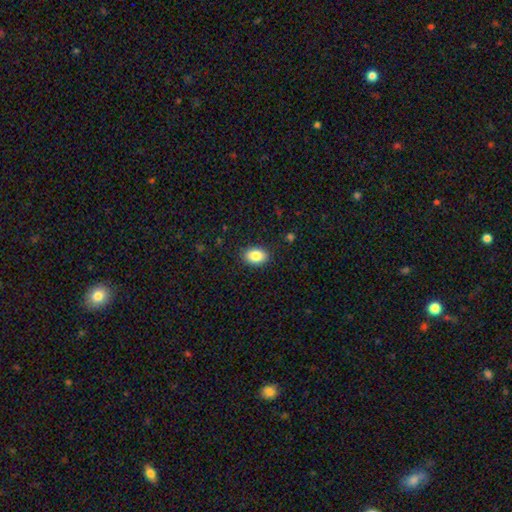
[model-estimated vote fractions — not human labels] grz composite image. It shows a smooth galaxy with no disk features (86%) that is in between round and cigar-shaped (86%). Merging: none (88%).